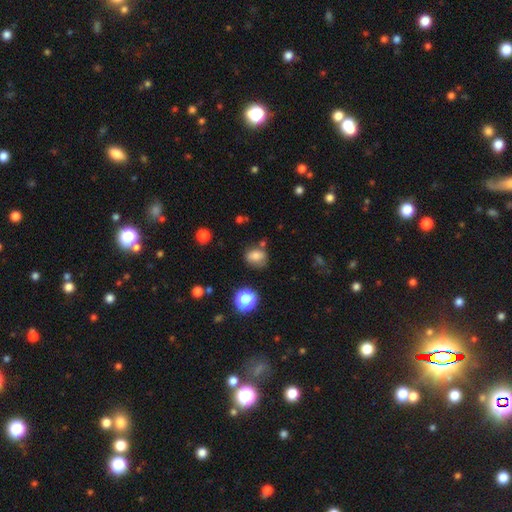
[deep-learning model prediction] A smooth galaxy with no disk features (75%) that is round (53%). Merging: none (68%).